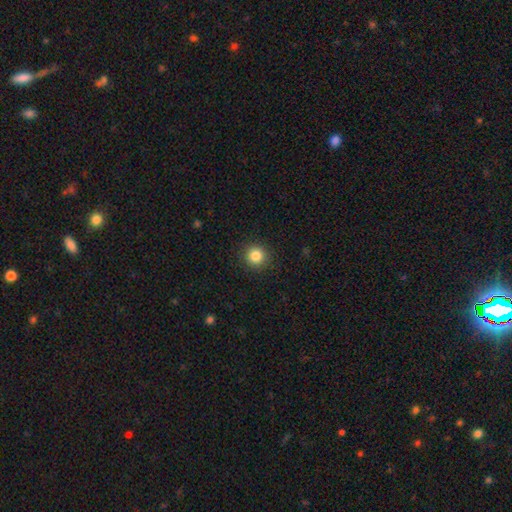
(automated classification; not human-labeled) smooth-or-featured: smooth: 85% | star or artifact: 11% | featured or disk: 4%
  how-rounded: round: 94% | in between: 5% | cigar-shaped: 1%
  merging: none: 91% | minor disturbance: 6% | major disturbance: 2% | merger: 1%